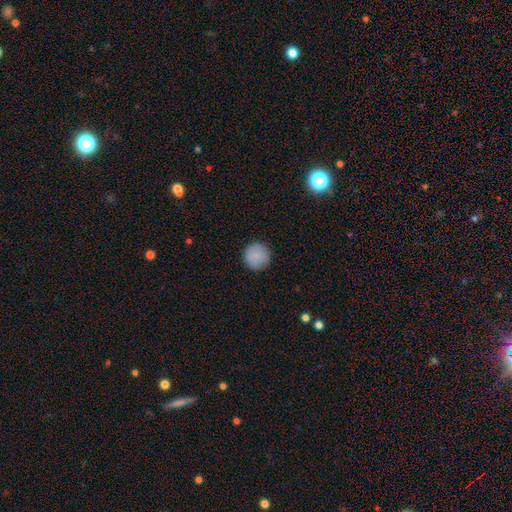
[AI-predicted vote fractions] Smooth or featured? Predicted: smooth (p=0.87). How rounded? Predicted: round (p=0.96). Merging? Predicted: none (p=0.90).